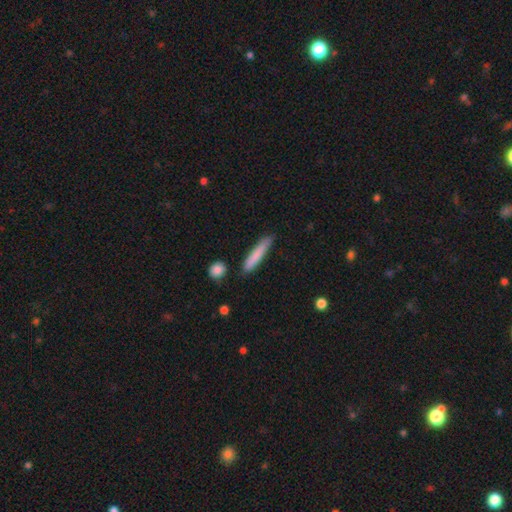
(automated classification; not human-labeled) The model was most divided on "smooth or featured": smooth: 79%, featured or disk: 15%, star or artifact: 6%. More confident: how rounded — cigar-shaped (93%); merging — none (82%).